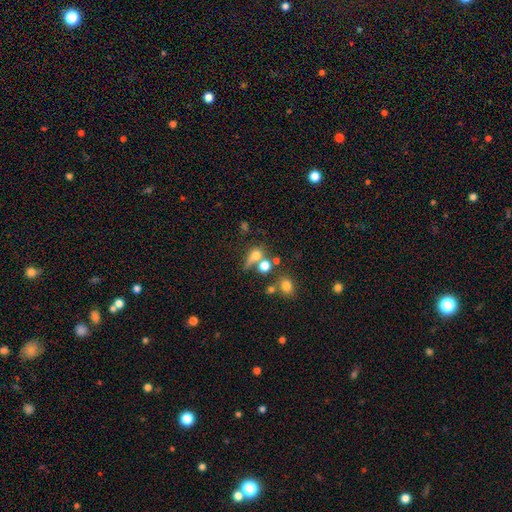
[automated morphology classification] Smooth or featured? smooth (66%)
How rounded? round (56%)
Merging? none (39%)